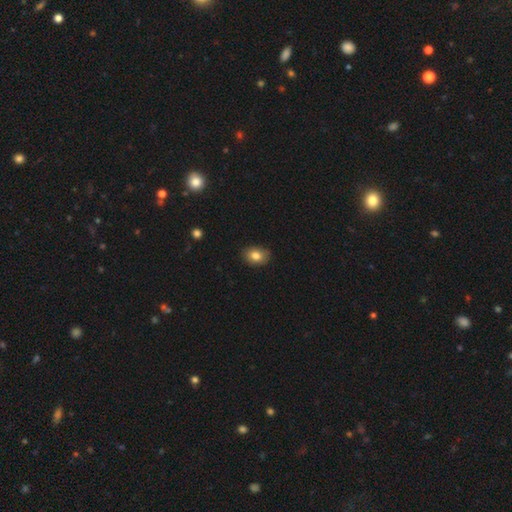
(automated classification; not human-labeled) Morphology: type=smooth (82%); roundness=in between (71%); merging=none (86%).